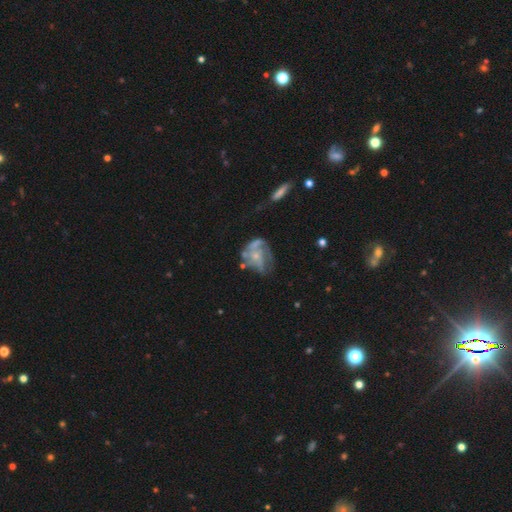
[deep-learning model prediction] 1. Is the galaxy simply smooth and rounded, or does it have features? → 70% featured or disk, 22% smooth, 8% star or artifact.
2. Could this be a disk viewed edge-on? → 98% no, 2% yes.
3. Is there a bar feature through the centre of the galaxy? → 79% no, 18% weak, 3% strong.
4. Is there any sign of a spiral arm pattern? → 62% yes, 38% no.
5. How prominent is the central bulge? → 66% small, 23% moderate, 9% none, 2% large, 1% dominant.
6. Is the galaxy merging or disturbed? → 38% none, 30% major disturbance, 24% minor disturbance, 8% merger.